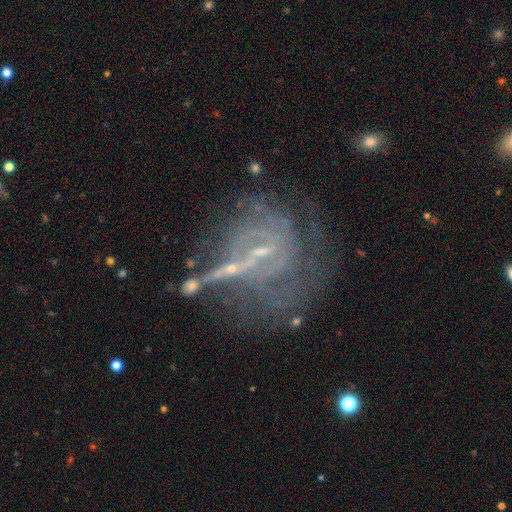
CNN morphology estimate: smooth_or_featured: featured or disk (p=0.72) [alt: star or artifact p=0.17]
disk_edge_on: no (p=0.93) [alt: yes p=0.07]
bar: weak (p=0.40) [alt: no p=0.32]
has_spiral_arms: yes (p=0.68) [alt: no p=0.32]
bulge_size: small (p=0.66) [alt: none p=0.21]
merging: none (p=0.47) [alt: major disturbance p=0.25]